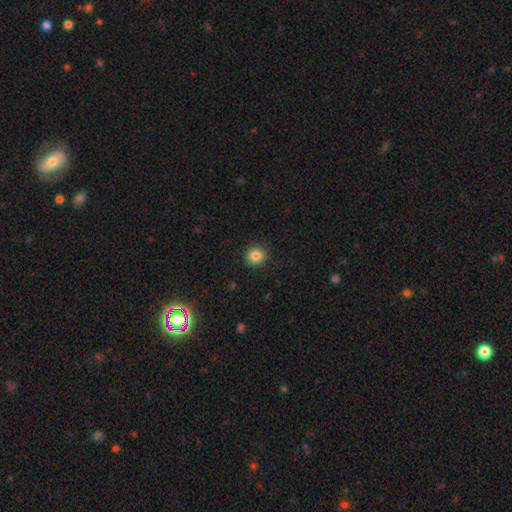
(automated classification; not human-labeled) Morphology: type=smooth (85%); roundness=round (91%); merging=none (91%).